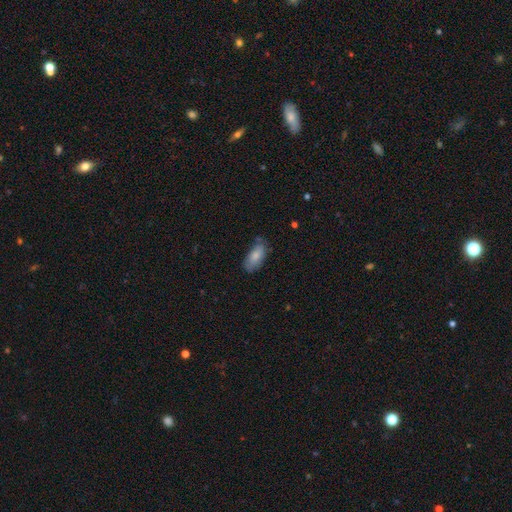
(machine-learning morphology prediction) The model was most divided on "merging": none: 69%, minor disturbance: 23%, major disturbance: 4%, merger: 4%. More confident: how rounded — in between (88%); smooth or featured — smooth (82%).